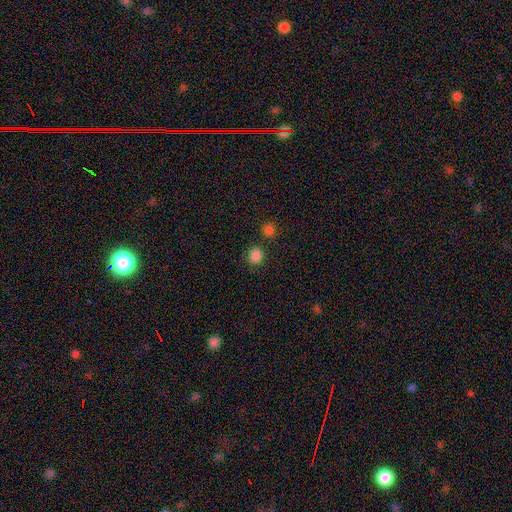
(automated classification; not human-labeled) Smooth or featured? Predicted: smooth (p=0.85). How rounded? Predicted: round (p=0.92). Merging? Predicted: none (p=0.83).